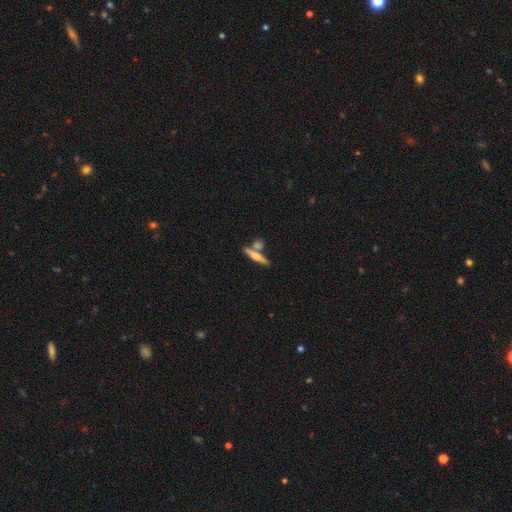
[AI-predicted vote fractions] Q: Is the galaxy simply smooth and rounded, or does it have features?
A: featured or disk — 53%.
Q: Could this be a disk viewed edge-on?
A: yes — 94%.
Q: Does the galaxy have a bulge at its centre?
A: rounded — 87%.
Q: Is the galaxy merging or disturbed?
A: none — 66%.